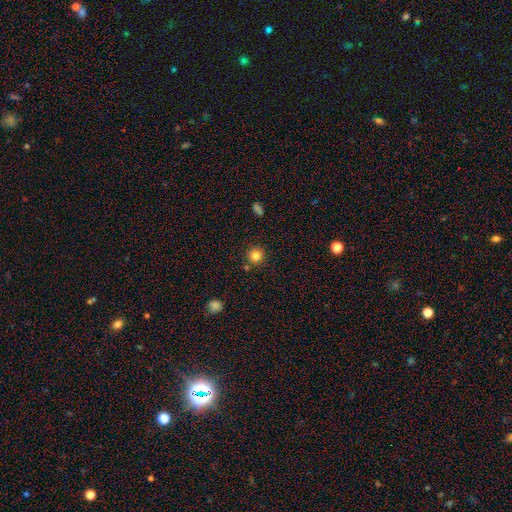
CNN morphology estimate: smooth-or-featured: smooth: 83% | star or artifact: 12% | featured or disk: 5%
  how-rounded: round: 95% | in between: 4% | cigar-shaped: 1%
  merging: none: 87% | minor disturbance: 6% | merger: 5% | major disturbance: 2%